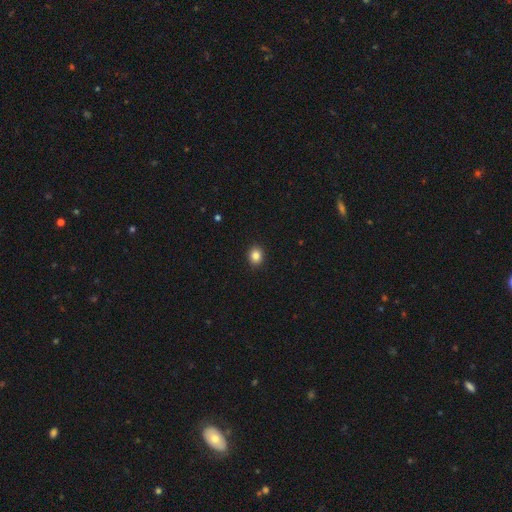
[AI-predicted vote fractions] Smooth or featured? Predicted: smooth (p=0.85). How rounded? Predicted: round (p=0.62). Merging? Predicted: none (p=0.92).